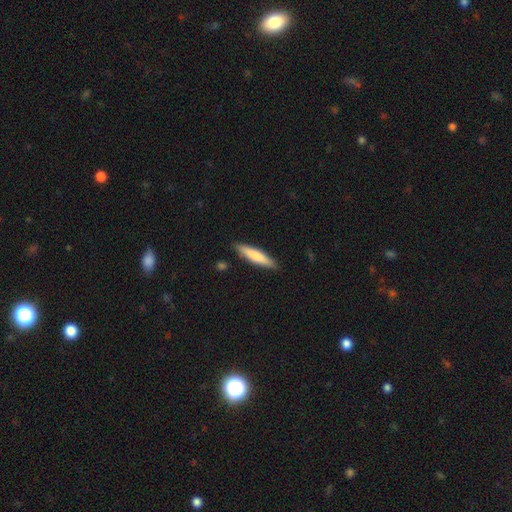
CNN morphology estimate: Smooth or featured: smooth — 75% (featured or disk — 19%)
How rounded: cigar-shaped — 84% (in between — 15%)
Merging: none — 88% (minor disturbance — 9%)